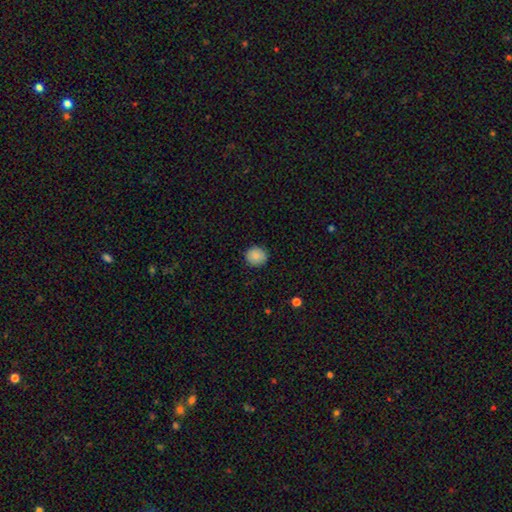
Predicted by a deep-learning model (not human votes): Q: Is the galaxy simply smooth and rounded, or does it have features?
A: smooth — 87%.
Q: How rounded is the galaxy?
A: round — 89%.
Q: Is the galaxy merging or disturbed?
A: none — 89%.